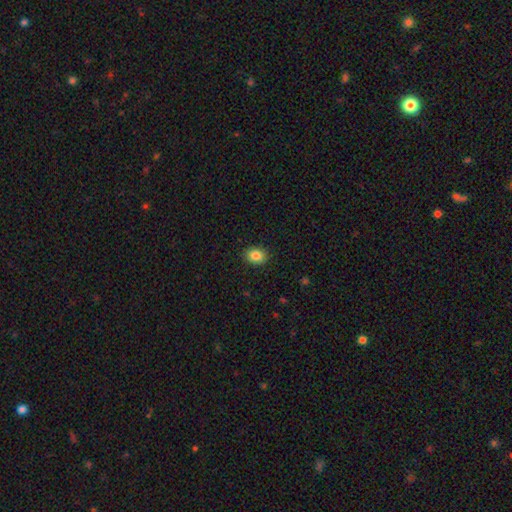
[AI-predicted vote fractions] A smooth galaxy with no disk features (85%) that is in between round and cigar-shaped (54%). Merging: none (89%).